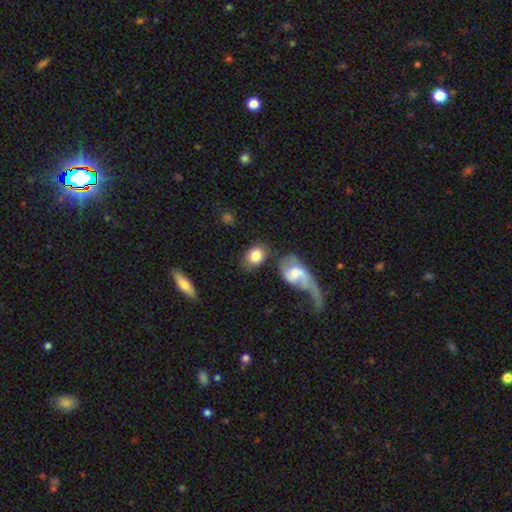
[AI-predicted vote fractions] Smooth or featured? Predicted: smooth (p=0.79). How rounded? Predicted: in between (p=0.68). Merging? Predicted: none (p=0.57).